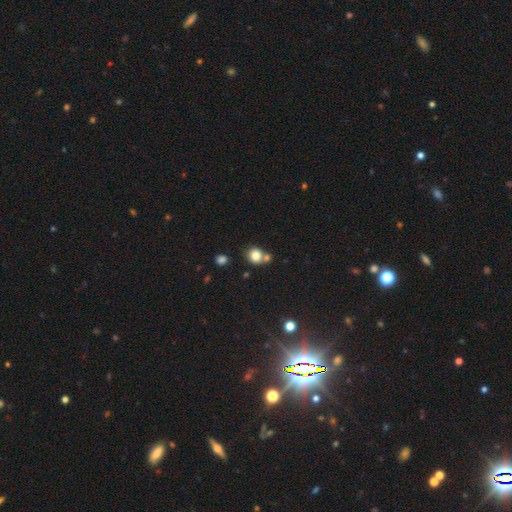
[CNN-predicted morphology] Smooth or featured? smooth (81%)
How rounded? round (79%)
Merging? none (55%)